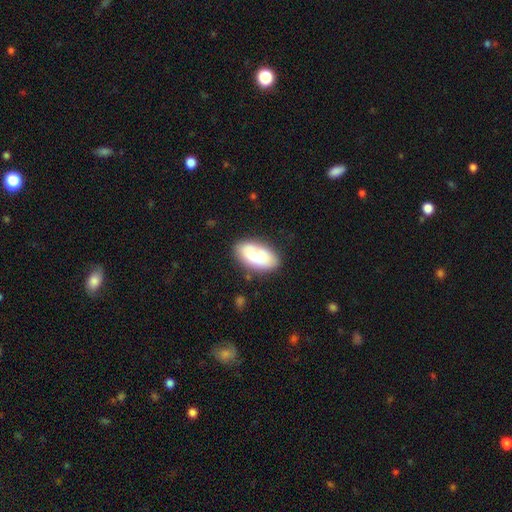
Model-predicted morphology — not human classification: smooth-or-featured: smooth: 70% | featured or disk: 24% | star or artifact: 7%
  how-rounded: in between: 93% | round: 3% | cigar-shaped: 3%
  merging: none: 67% | minor disturbance: 20% | merger: 6% | major disturbance: 6%